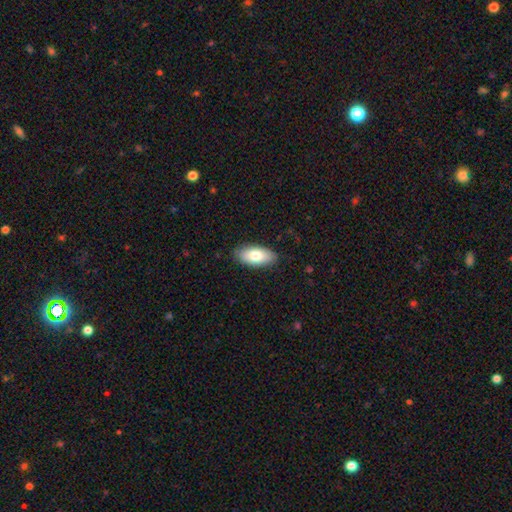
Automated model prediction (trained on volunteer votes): A smooth galaxy with no disk features (78%) that is in between round and cigar-shaped (91%). Merging: none (86%).